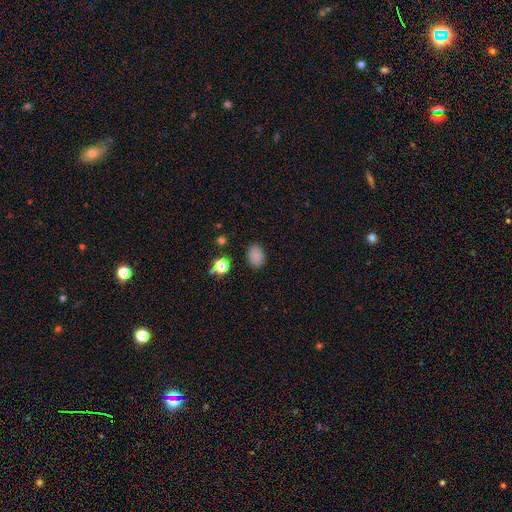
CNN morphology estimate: smooth 82%, star or artifact 13%, featured or disk 5%. Down the decision tree: how rounded — in between (73%); merging — none (85%).